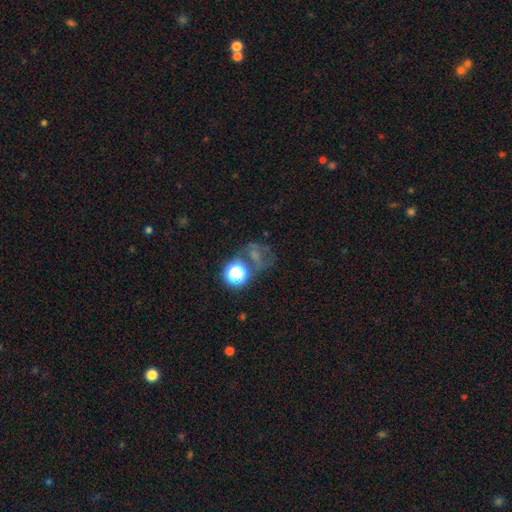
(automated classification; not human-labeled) Smooth or featured?
  - smooth: 38% *
  - star or artifact: 37%
  - featured or disk: 24%
Merging?
  - none: 48% *
  - major disturbance: 20%
  - minor disturbance: 16%
  - merger: 16%